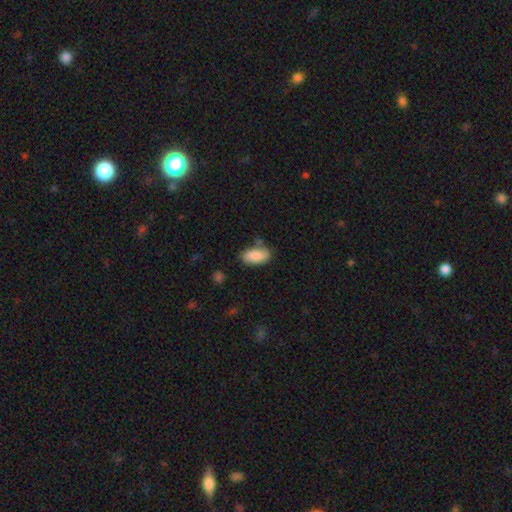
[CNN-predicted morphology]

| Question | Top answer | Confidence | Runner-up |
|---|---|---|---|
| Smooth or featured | smooth | 84% | featured or disk (10%) |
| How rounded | in between | 92% | cigar-shaped (5%) |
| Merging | none | 68% | minor disturbance (22%) |